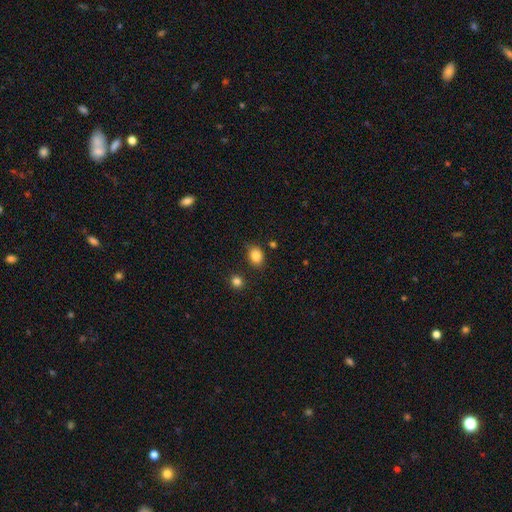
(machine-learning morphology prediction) A smooth galaxy with no disk features (86%) that is in between round and cigar-shaped (53%). Merging: none (79%).